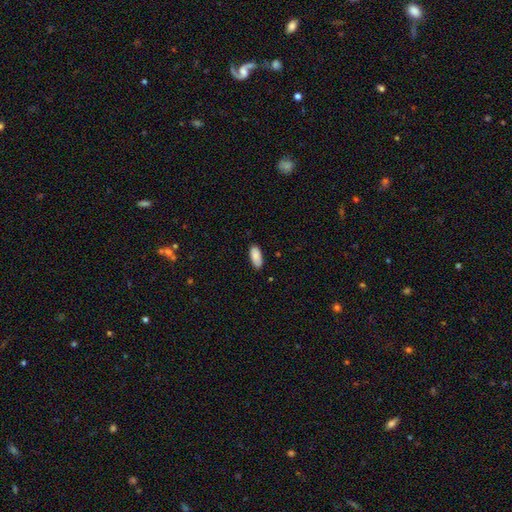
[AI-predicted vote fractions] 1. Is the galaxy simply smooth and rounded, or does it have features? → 88% smooth, 6% star or artifact, 5% featured or disk.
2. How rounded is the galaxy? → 89% in between, 9% cigar-shaped, 2% round.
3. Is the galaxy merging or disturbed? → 82% none, 15% minor disturbance, 2% major disturbance, 1% merger.